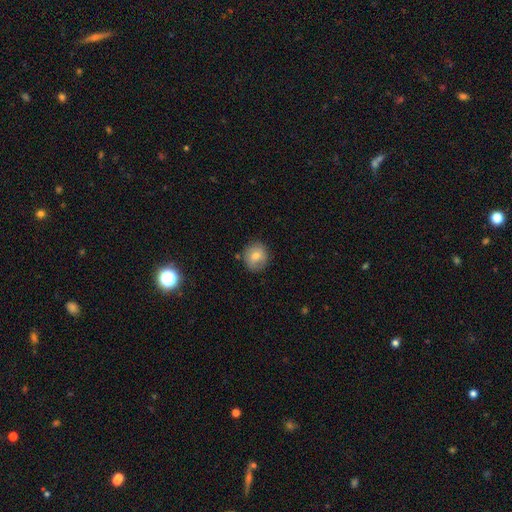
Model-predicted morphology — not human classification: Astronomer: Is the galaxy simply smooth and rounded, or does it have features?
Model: smooth — 72%.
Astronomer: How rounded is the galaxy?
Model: round — 84%.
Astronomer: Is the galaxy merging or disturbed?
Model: none — 80%.